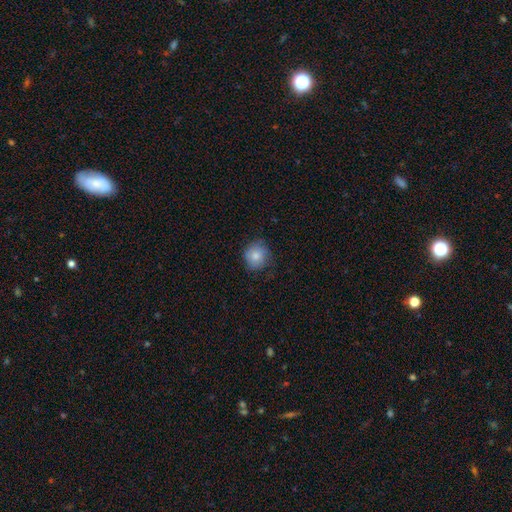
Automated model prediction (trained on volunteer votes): This appears to be a smooth galaxy with no disk features (82%) that is round (86%). Merging: none (76%).